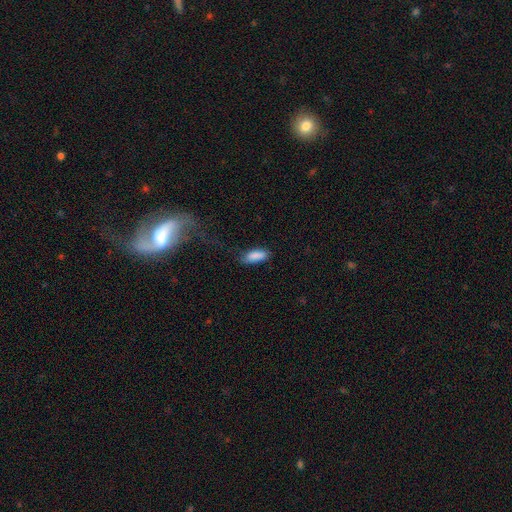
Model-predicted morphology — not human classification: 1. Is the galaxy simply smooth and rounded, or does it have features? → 88% smooth, 7% star or artifact, 5% featured or disk.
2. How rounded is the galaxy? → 76% in between, 22% cigar-shaped, 2% round.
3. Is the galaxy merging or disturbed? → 73% none, 19% minor disturbance, 6% major disturbance, 2% merger.